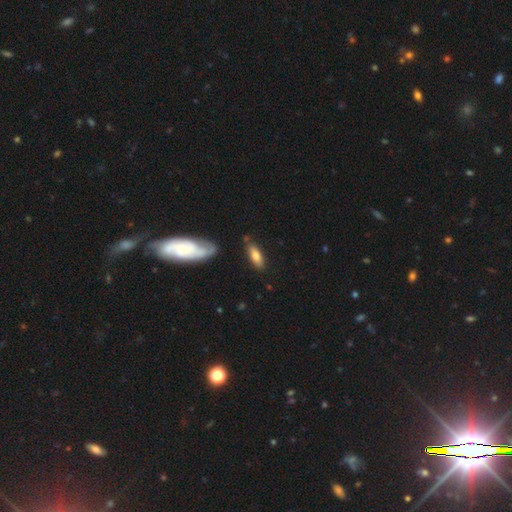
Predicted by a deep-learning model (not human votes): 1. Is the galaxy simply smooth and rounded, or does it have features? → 71% smooth, 23% featured or disk, 6% star or artifact.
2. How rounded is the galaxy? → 66% in between, 31% cigar-shaped, 3% round.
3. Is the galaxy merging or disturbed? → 76% none, 15% minor disturbance, 5% merger, 4% major disturbance.